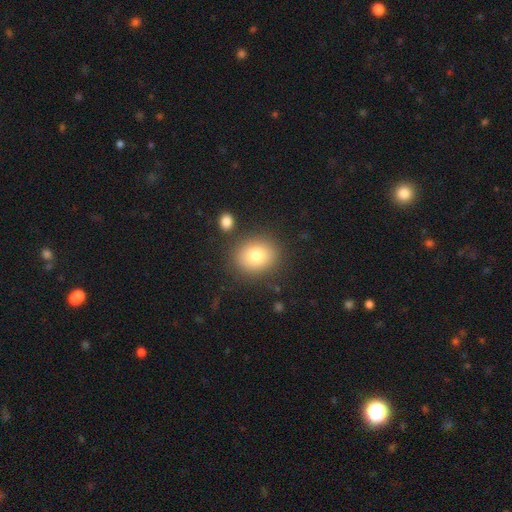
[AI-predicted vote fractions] Q: Smooth or featured?
A: smooth (79%); runner-up: featured or disk (11%)
Q: How rounded?
A: round (68%); runner-up: in between (31%)
Q: Merging?
A: none (83%); runner-up: minor disturbance (9%)